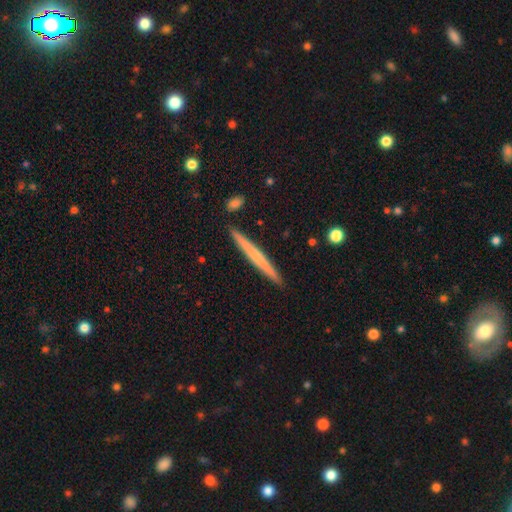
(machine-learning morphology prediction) This is possibly a smooth galaxy (50%). Merging: clearly none (92%).